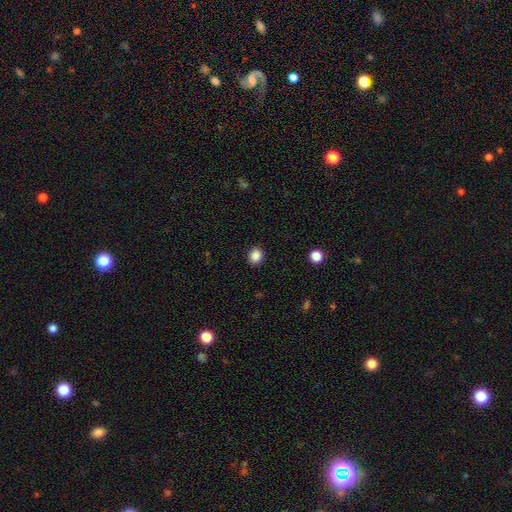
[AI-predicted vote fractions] smooth_or_featured: smooth (p=0.87) [alt: star or artifact p=0.10]
how_rounded: round (p=0.67) [alt: in between p=0.32]
merging: none (p=0.91) [alt: minor disturbance p=0.06]